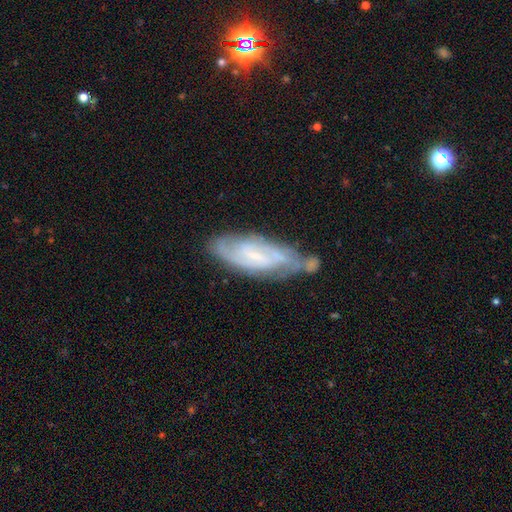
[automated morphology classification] Smooth or featured? Predicted: featured or disk (p=0.74). Edge-on disk? Predicted: no (p=0.87). Bar? Predicted: weak (p=0.49). Spiral arms? Predicted: yes (p=0.91). Spiral winding? Predicted: tight (p=0.50). Spiral arm count? Predicted: 2 (p=0.49). Bulge size? Predicted: small (p=0.65). Merging? Predicted: none (p=0.54).